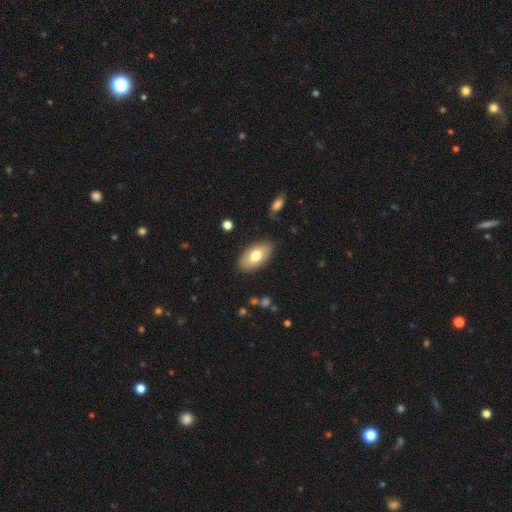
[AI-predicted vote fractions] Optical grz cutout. It shows a smooth galaxy with no disk features (73%) that is in between round and cigar-shaped (94%). Merging: none (85%).